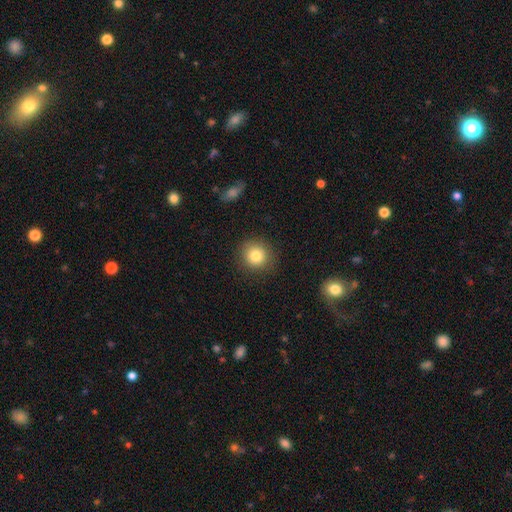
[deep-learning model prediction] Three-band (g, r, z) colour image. It shows a smooth galaxy with no disk features (81%) that is round (91%). Merging: none (87%).